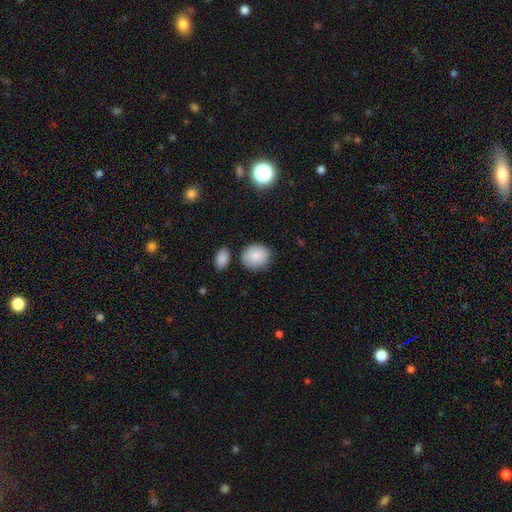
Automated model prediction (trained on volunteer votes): Morphology: type=smooth (87%); roundness=round (68%); merging=none (80%).